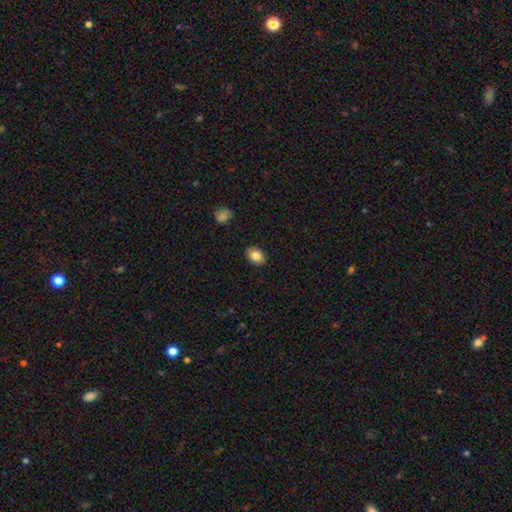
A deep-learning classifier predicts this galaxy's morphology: Q: Smooth or featured?
A: smooth (83%); runner-up: featured or disk (9%)
Q: How rounded?
A: in between (77%); runner-up: round (22%)
Q: Merging?
A: none (89%); runner-up: minor disturbance (8%)